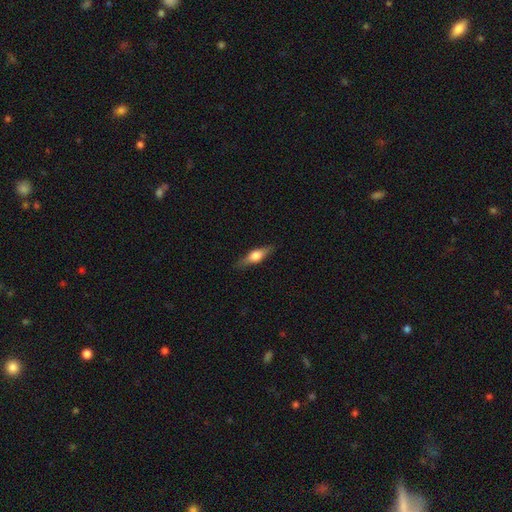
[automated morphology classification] smooth_or_featured: smooth (p=0.49) [alt: featured or disk p=0.45]
merging: none (p=0.86) [alt: minor disturbance p=0.11]